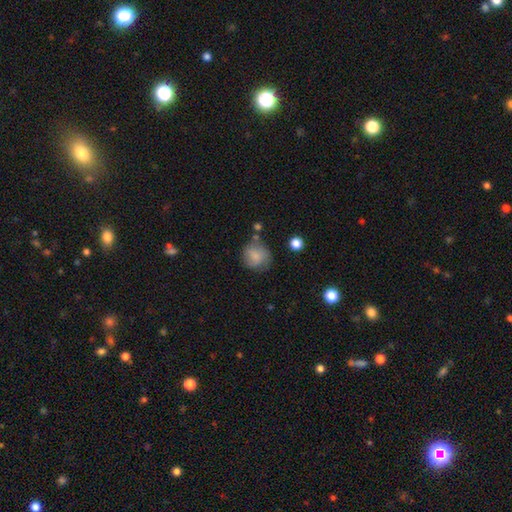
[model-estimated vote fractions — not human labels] smooth-or-featured: smooth: 80% | featured or disk: 11% | star or artifact: 8%
  how-rounded: round: 86% | in between: 13% | cigar-shaped: 1%
  merging: none: 65% | minor disturbance: 22% | major disturbance: 7% | merger: 6%